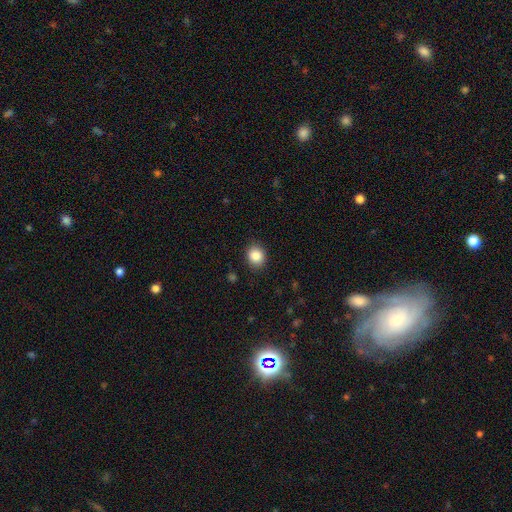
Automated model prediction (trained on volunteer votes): This appears to be a smooth galaxy with no disk features (86%) that is round (66%). Merging: none (87%).